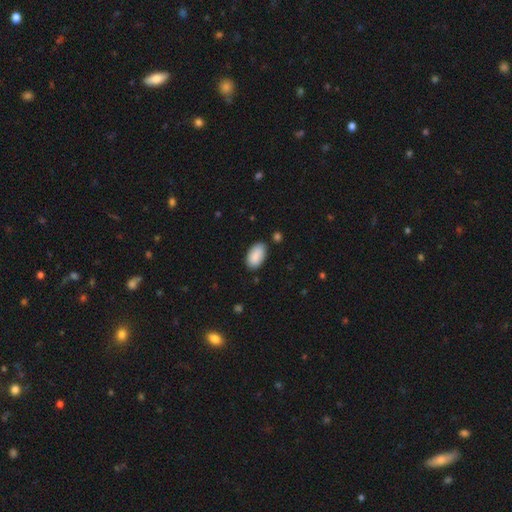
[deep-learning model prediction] A smooth galaxy with no disk features (89%) that is in between round and cigar-shaped (95%).

Vote fractions:
- Smooth or featured? smooth: 89% / star or artifact: 6% / featured or disk: 5%
- How rounded? in between: 95% / round: 3% / cigar-shaped: 2%
- Merging? none: 80% / minor disturbance: 15% / major disturbance: 3% / merger: 2%